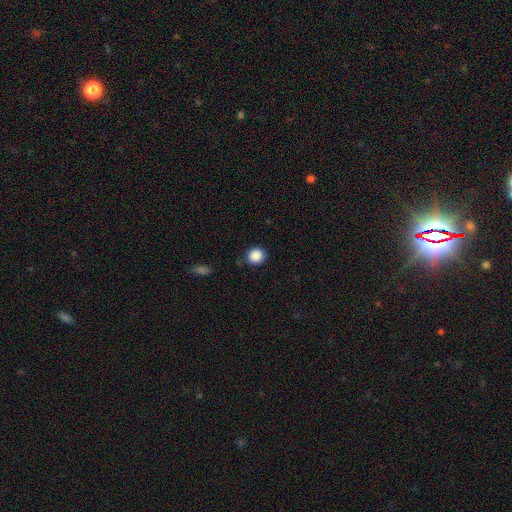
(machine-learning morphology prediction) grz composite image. It shows a smooth galaxy with no disk features (88%) that is round (89%). Merging: none (85%).